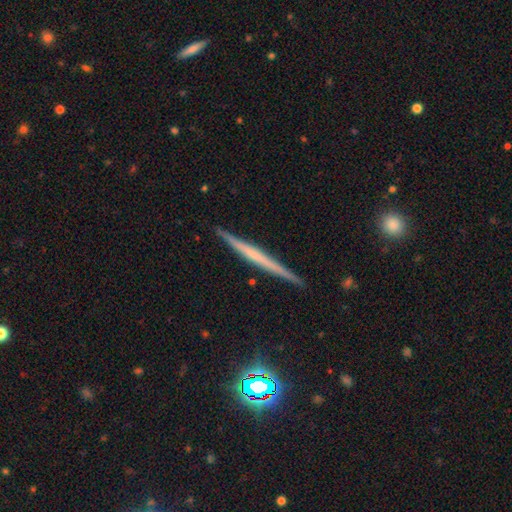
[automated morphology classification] A featured or disk galaxy (61%) viewed edge-on (98%) with no central bulge (76%).

Vote fractions:
- Smooth or featured? featured or disk: 61% / smooth: 32% / star or artifact: 7%
- Edge-on disk? yes: 98% / no: 2%
- Edge-on bulge? none: 76% / rounded: 16% / boxy: 8%
- Merging? none: 91% / minor disturbance: 6% / major disturbance: 1% / merger: 1%